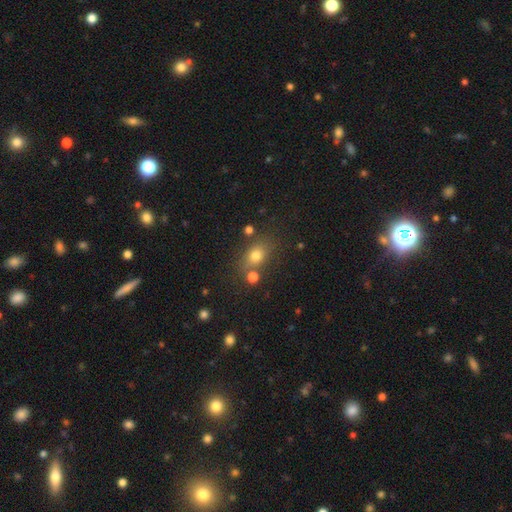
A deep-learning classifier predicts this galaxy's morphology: Q: Smooth or featured?
A: smooth (73%); runner-up: star or artifact (16%)
Q: How rounded?
A: in between (57%); runner-up: round (40%)
Q: Merging?
A: none (69%); runner-up: minor disturbance (13%)